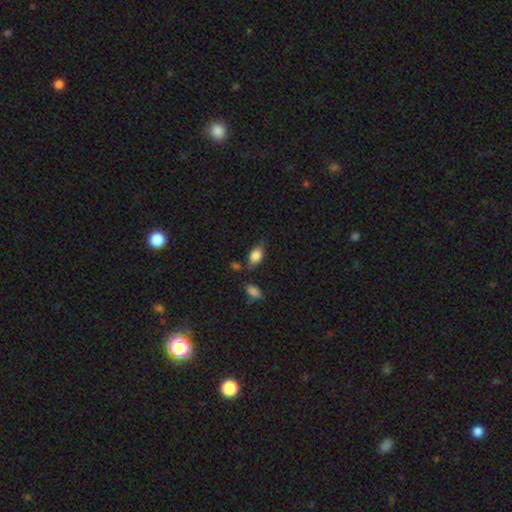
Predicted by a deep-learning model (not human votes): Smooth or featured? Predicted: smooth (p=0.80). How rounded? Predicted: in between (p=0.87). Merging? Predicted: none (p=0.63).